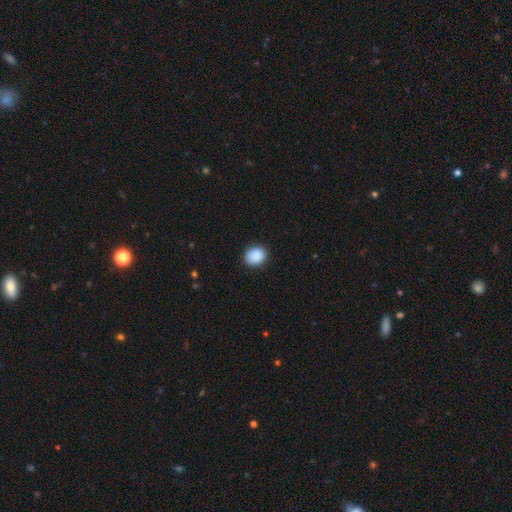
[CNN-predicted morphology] Smooth or featured: smooth — 90% (star or artifact — 7%)
How rounded: round — 59% (in between — 40%)
Merging: none — 88% (minor disturbance — 9%)